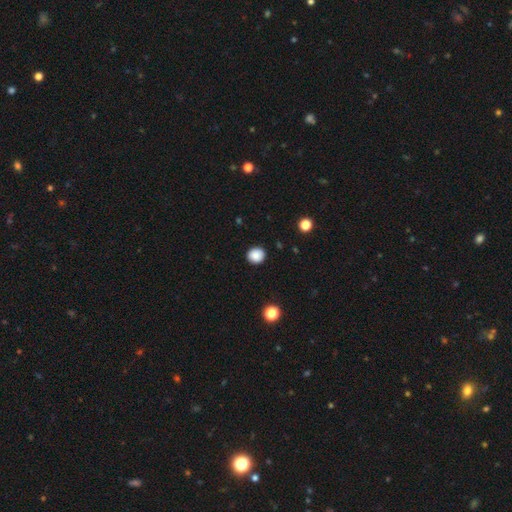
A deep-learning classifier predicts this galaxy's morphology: This appears to be a smooth galaxy with no disk features (87%) that is round (85%). Merging: none (90%).